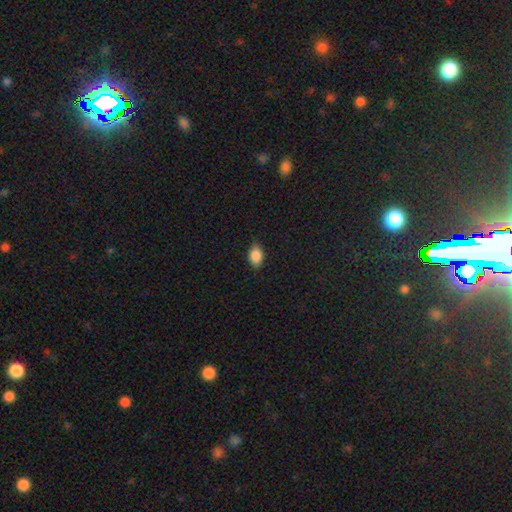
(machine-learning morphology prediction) This appears to be a smooth galaxy with no disk features (87%) that is in between round and cigar-shaped (86%). Merging: none (80%).